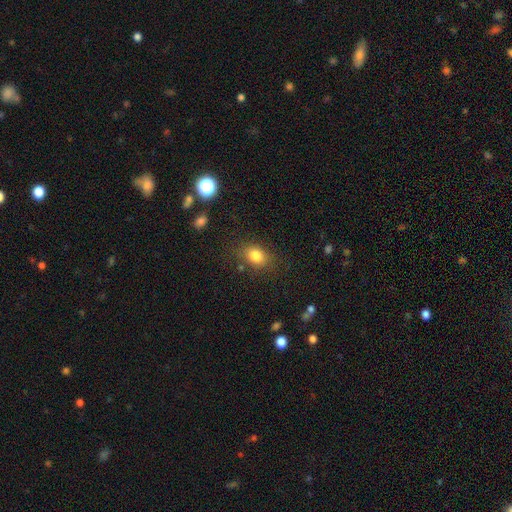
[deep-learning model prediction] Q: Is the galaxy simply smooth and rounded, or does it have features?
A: smooth — 82%.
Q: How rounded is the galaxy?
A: in between — 66%.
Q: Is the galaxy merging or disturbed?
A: none — 79%.